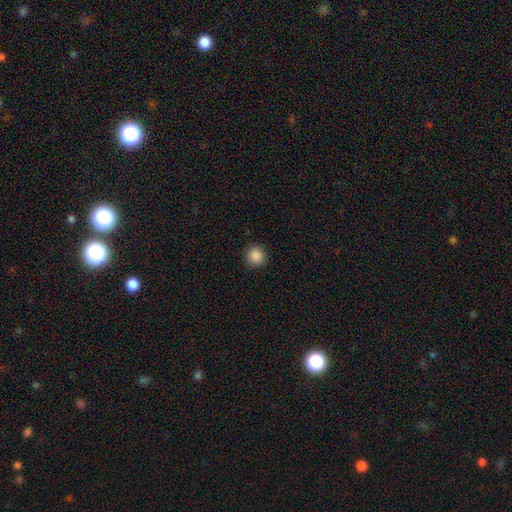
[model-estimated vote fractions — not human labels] Smooth or featured? smooth (88%)
How rounded? round (92%)
Merging? none (90%)